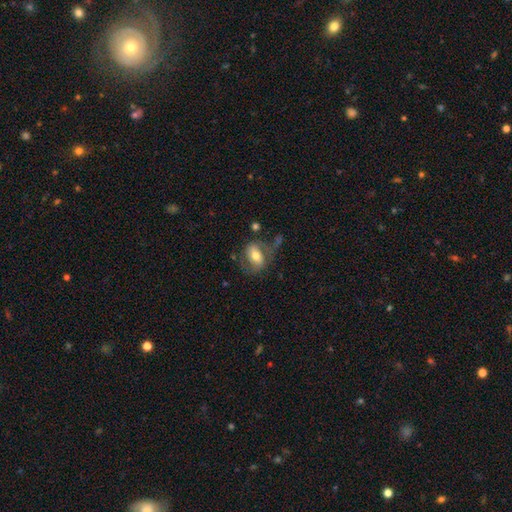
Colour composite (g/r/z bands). It shows a smooth galaxy with no disk features (50%) that is in between round and cigar-shaped (63%). Merging: none (56%).